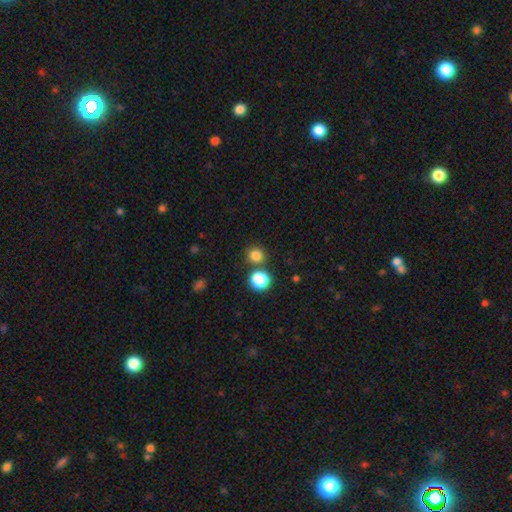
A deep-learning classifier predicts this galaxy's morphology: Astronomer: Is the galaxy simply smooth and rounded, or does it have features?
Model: smooth — 82%.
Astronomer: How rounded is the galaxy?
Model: round — 90%.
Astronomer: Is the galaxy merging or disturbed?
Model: none — 76%.